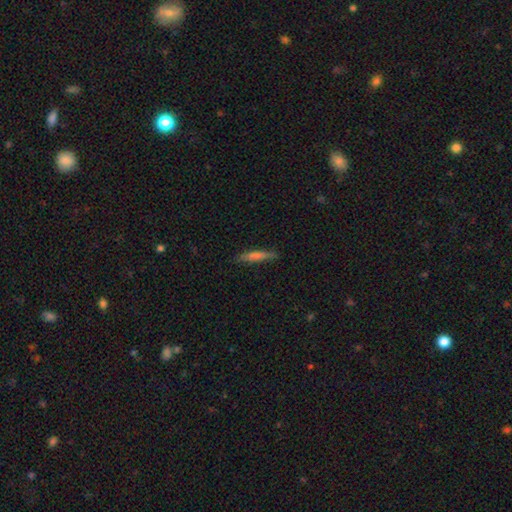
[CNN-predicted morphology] This appears to be a smooth galaxy with no disk features (63%) that is cigar-shaped (92%). Merging: none (83%).